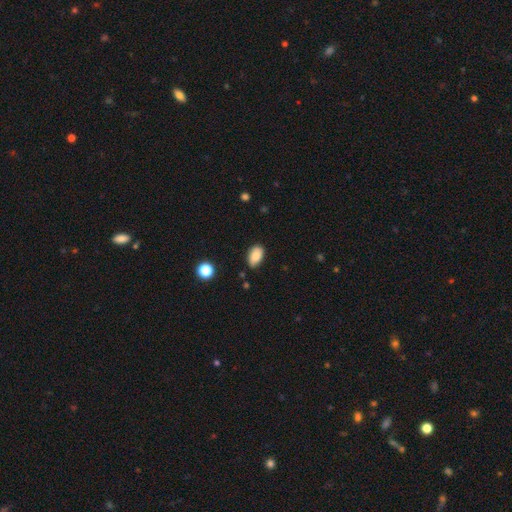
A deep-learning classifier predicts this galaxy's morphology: Smooth or featured? Predicted: smooth (p=0.86). How rounded? Predicted: in between (p=0.91). Merging? Predicted: none (p=0.76).